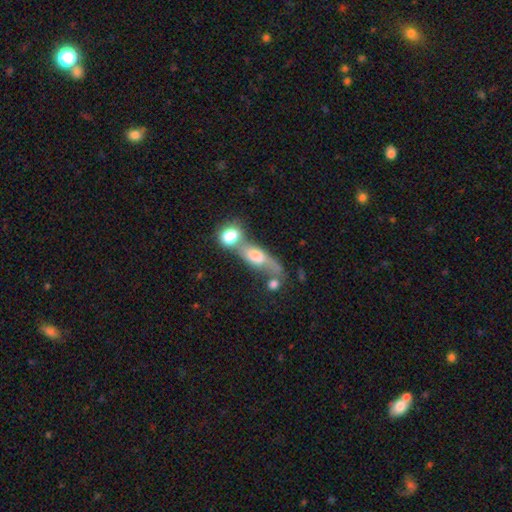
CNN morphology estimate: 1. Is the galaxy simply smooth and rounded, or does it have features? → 43% smooth, 29% featured or disk, 29% star or artifact.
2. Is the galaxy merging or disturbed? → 45% merger, 35% none, 10% minor disturbance, 10% major disturbance.